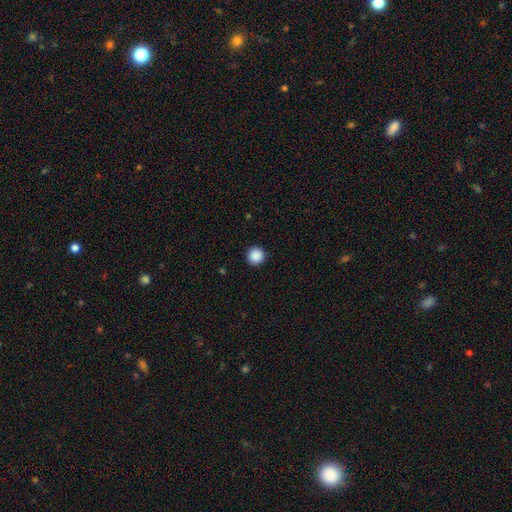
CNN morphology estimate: type=smooth (89%); roundness=round (96%); merging=none (92%).